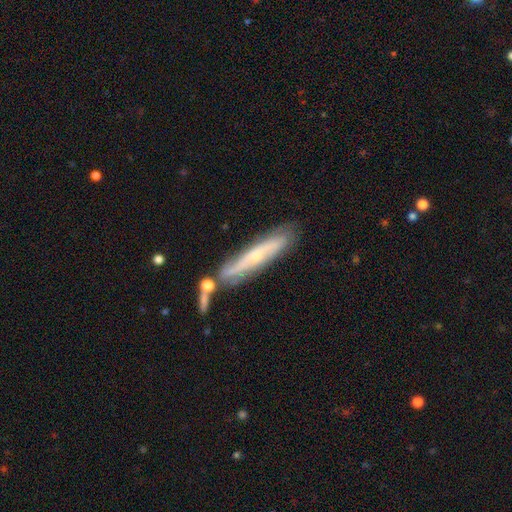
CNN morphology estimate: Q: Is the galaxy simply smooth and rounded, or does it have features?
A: featured or disk — 66%.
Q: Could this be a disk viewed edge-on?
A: yes — 63%.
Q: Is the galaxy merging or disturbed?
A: none — 65%.